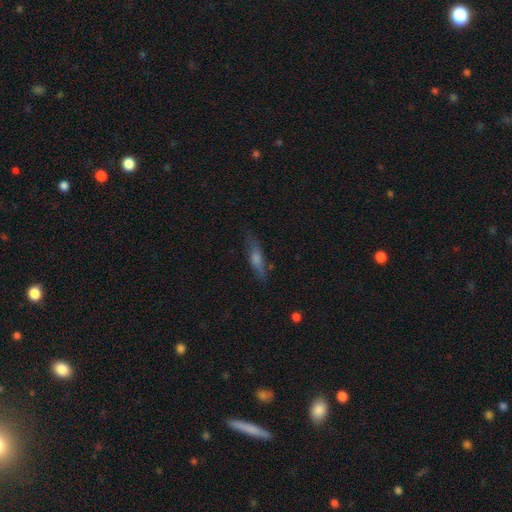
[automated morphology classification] smooth-or-featured: featured or disk: 47% | smooth: 42% | star or artifact: 11%
  merging: none: 78% | minor disturbance: 16% | major disturbance: 5% | merger: 2%